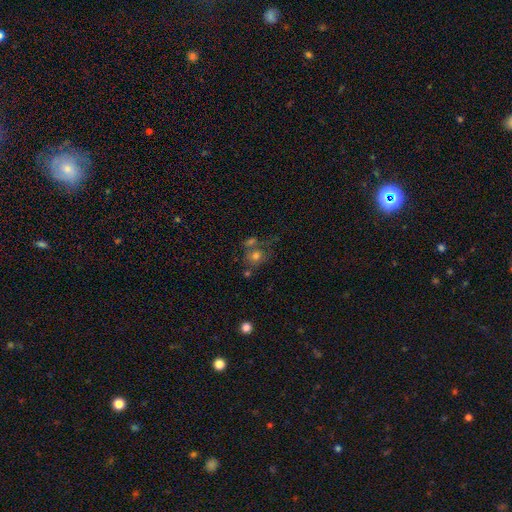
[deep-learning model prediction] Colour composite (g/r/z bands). It shows a smooth galaxy with no disk features (67%) that is round (73%). Merging: none (43%).